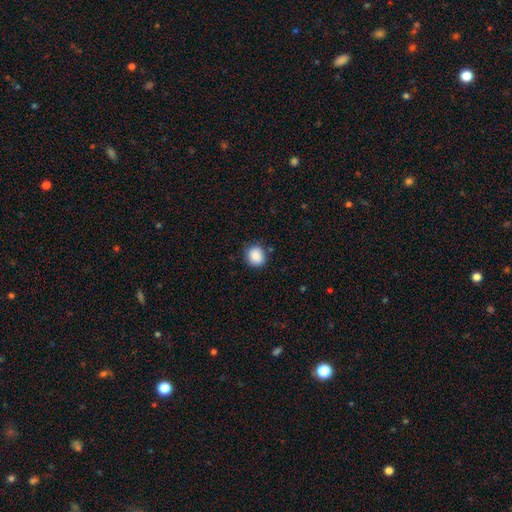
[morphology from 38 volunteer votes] smooth-or-featured: smooth: 100% | featured or disk: 0% | star or artifact: 0%
  how-rounded: round: 89% | in between: 11% | cigar-shaped: 0%
  merging: none: 89% | minor disturbance: 11% | major disturbance: 0% | merger: 0%